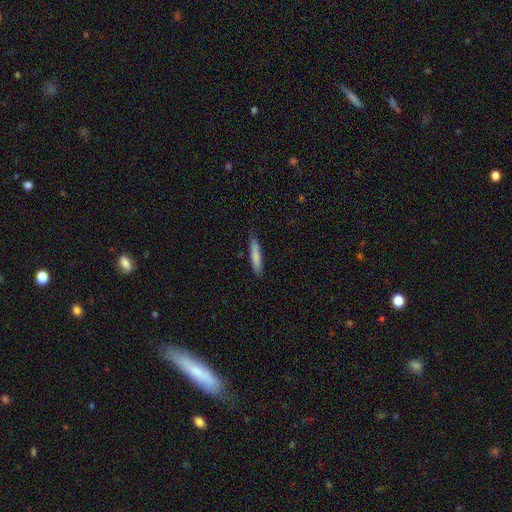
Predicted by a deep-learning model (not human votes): Q: Smooth or featured?
A: smooth (81%); runner-up: featured or disk (13%)
Q: How rounded?
A: cigar-shaped (88%); runner-up: in between (11%)
Q: Merging?
A: none (85%); runner-up: minor disturbance (12%)